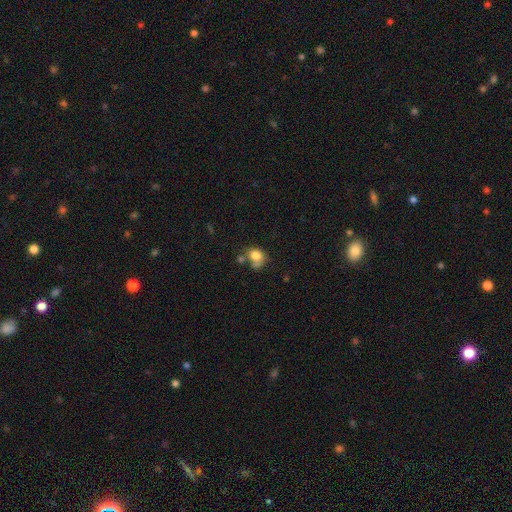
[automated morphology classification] Smooth or featured?
  - smooth: 77% *
  - featured or disk: 13%
  - star or artifact: 10%
How rounded?
  - round: 53% *
  - in between: 46%
  - cigar-shaped: 1%
Merging?
  - none: 36% *
  - merger: 26%
  - minor disturbance: 23%
  - major disturbance: 16%